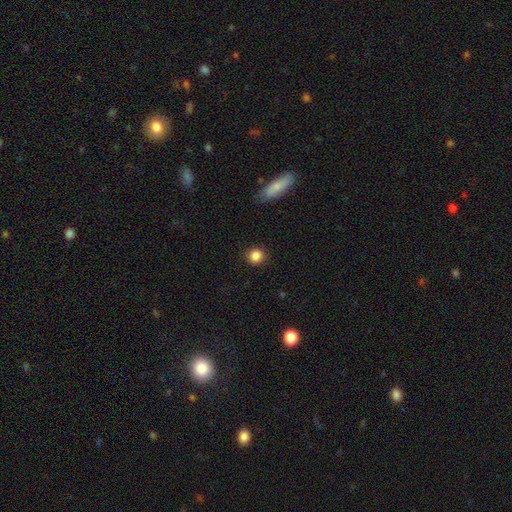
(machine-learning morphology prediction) A smooth galaxy with no disk features (85%) that is round (90%).

Vote fractions:
- Smooth or featured? smooth: 85% / star or artifact: 11% / featured or disk: 4%
- How rounded? round: 90% / in between: 9% / cigar-shaped: 1%
- Merging? none: 89% / minor disturbance: 7% / major disturbance: 2% / merger: 1%